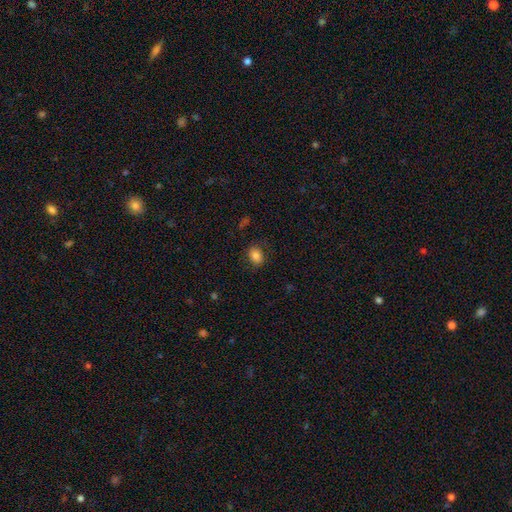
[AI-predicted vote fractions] Smooth or featured?
  - smooth: 82% *
  - star or artifact: 10%
  - featured or disk: 8%
How rounded?
  - in between: 60% *
  - round: 39%
  - cigar-shaped: 1%
Merging?
  - none: 82% *
  - minor disturbance: 13%
  - major disturbance: 4%
  - merger: 1%